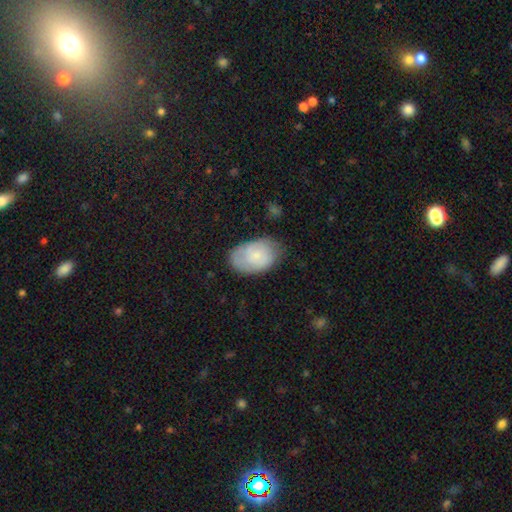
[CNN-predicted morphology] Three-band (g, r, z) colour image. It shows a smooth galaxy with no disk features (67%) that is in between round and cigar-shaped (88%). Merging: none (65%).